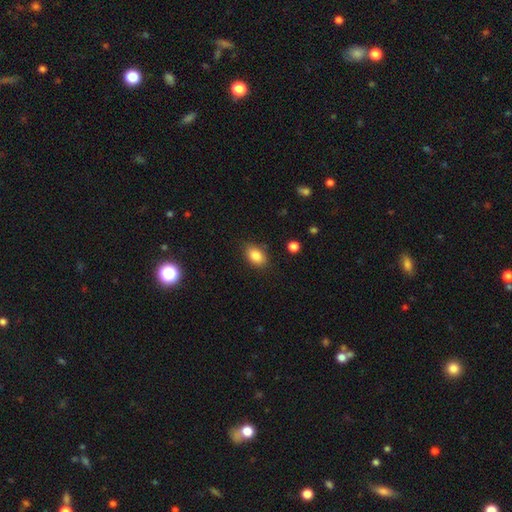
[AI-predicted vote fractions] Smooth or featured?
  - smooth: 85% *
  - star or artifact: 8%
  - featured or disk: 6%
How rounded?
  - in between: 86% *
  - round: 12%
  - cigar-shaped: 2%
Merging?
  - none: 83% *
  - minor disturbance: 12%
  - major disturbance: 3%
  - merger: 2%